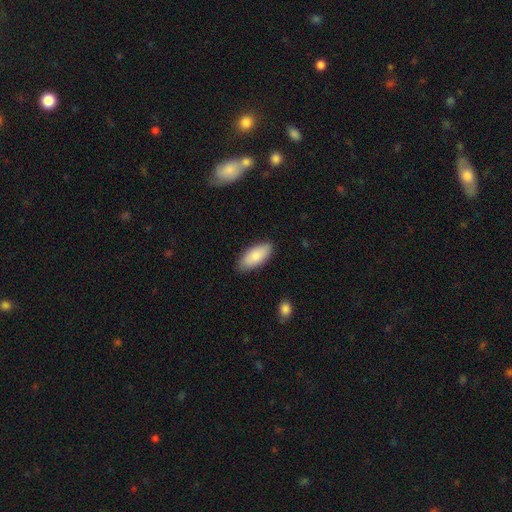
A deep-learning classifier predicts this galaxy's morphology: This is clearly a smooth galaxy (85%). How rounded: clearly in between (88%). Merging: clearly none (86%).